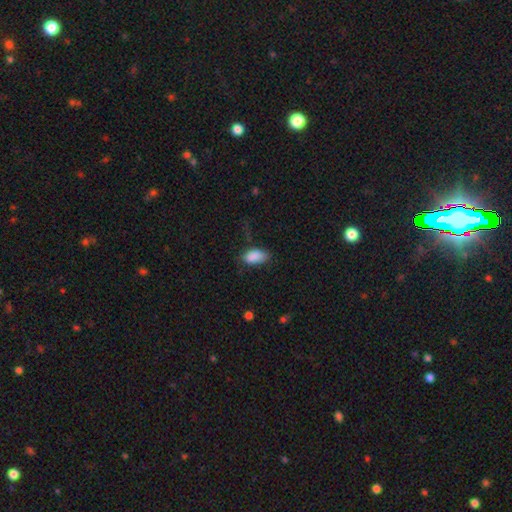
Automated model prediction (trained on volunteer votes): Morphology: type=smooth (87%); roundness=in between (93%); merging=none (57%).